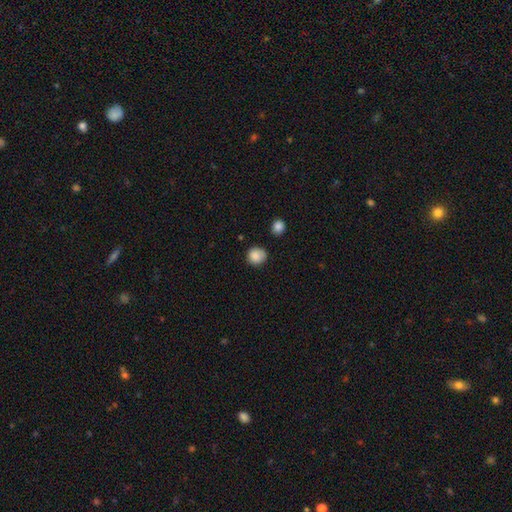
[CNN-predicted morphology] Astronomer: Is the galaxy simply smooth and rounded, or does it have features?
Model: smooth — 86%.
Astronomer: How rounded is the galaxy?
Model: round — 86%.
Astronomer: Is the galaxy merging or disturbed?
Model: none — 75%.